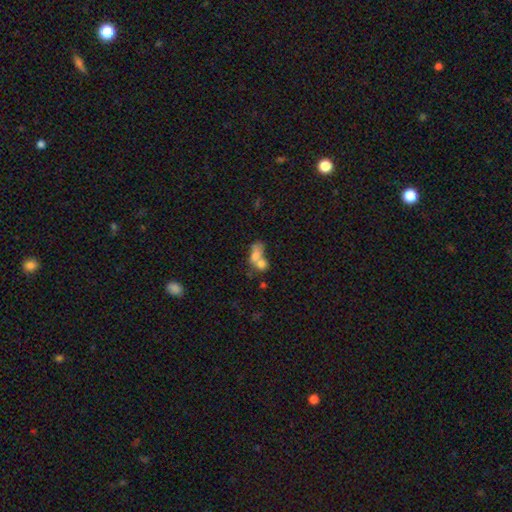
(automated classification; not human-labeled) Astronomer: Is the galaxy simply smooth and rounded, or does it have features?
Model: smooth — 69%.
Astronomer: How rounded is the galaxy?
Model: in between — 72%.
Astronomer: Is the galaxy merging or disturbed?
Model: merger — 66%.